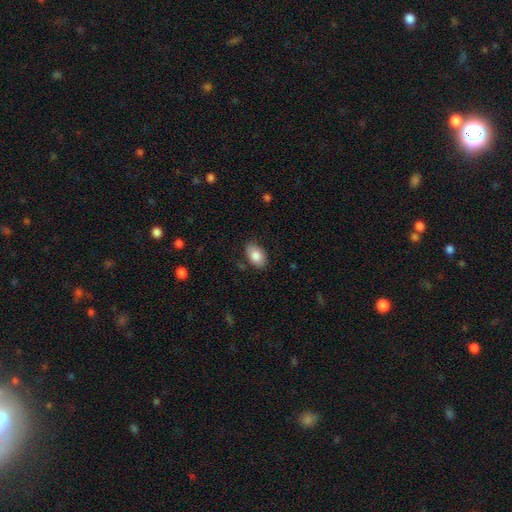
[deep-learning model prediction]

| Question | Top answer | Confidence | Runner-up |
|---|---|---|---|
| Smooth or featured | smooth | 84% | featured or disk (9%) |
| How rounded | in between | 89% | round (9%) |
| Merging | none | 81% | minor disturbance (15%) |